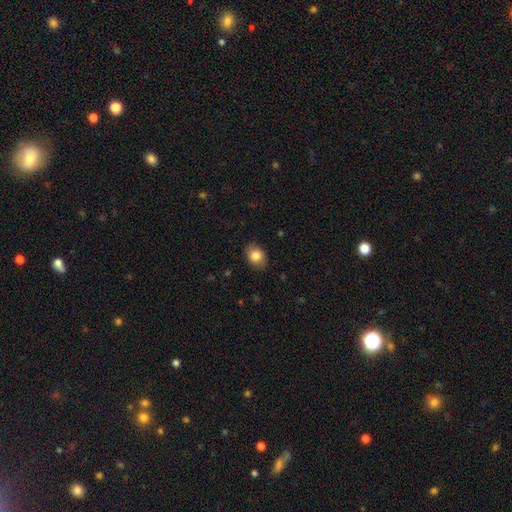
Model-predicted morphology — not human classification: Smooth or featured?
  - smooth: 83% *
  - featured or disk: 9%
  - star or artifact: 8%
How rounded?
  - in between: 68% *
  - round: 31%
  - cigar-shaped: 1%
Merging?
  - none: 84% *
  - minor disturbance: 12%
  - major disturbance: 3%
  - merger: 1%